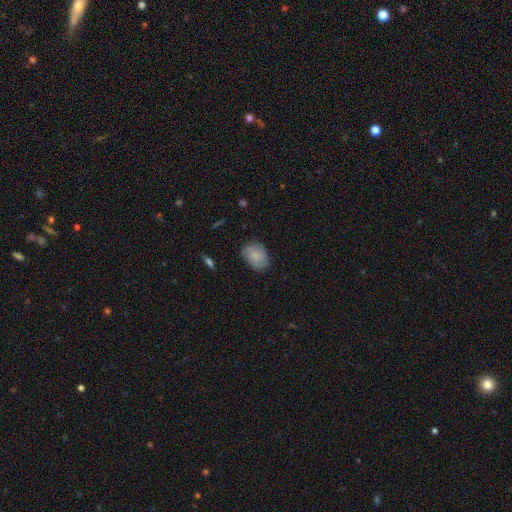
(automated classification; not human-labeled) A smooth galaxy with no disk features (65%) that is in between round and cigar-shaped (70%).

Vote fractions:
- Smooth or featured? smooth: 65% / featured or disk: 27% / star or artifact: 8%
- How rounded? in between: 70% / round: 29% / cigar-shaped: 1%
- Merging? none: 73% / minor disturbance: 21% / major disturbance: 5% / merger: 1%